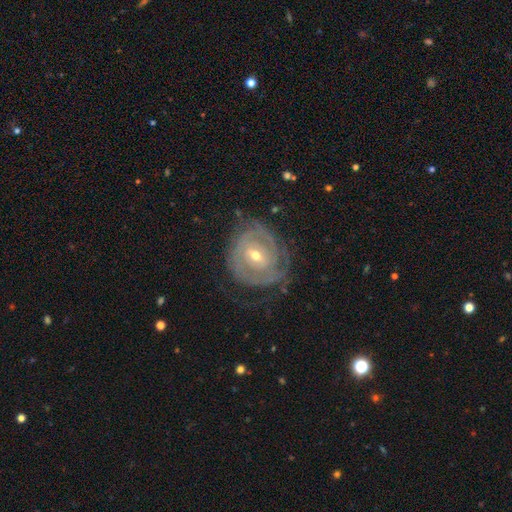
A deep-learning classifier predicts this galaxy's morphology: Overall: featured or disk (84%). Edge-on disk: no (97%). Bar: weak (45%; no 39%). Spiral arms: yes (88%). Spiral arm count: can't tell (43%; 2 28%). Spiral winding: tight (76%). Bulge size: moderate (50%; small 47%). Merging: none (65%).